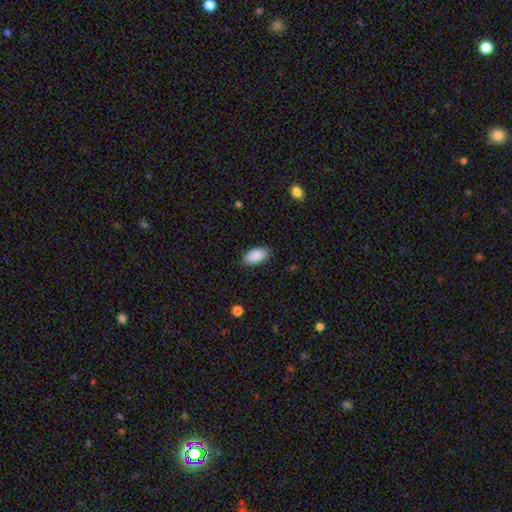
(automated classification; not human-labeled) smooth_or_featured: smooth (p=0.90) [alt: star or artifact p=0.06]
how_rounded: in between (p=0.95) [alt: cigar-shaped p=0.03]
merging: none (p=0.86) [alt: minor disturbance p=0.11]